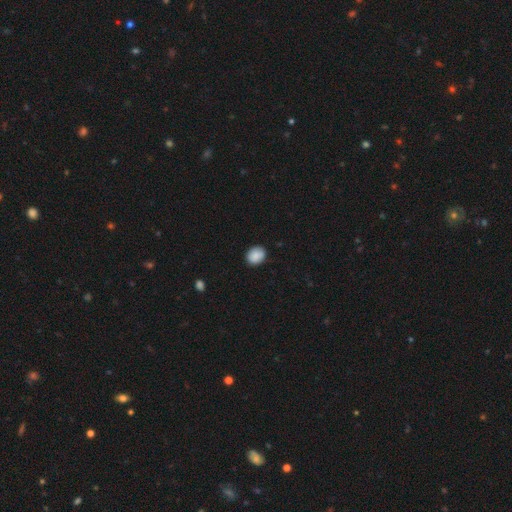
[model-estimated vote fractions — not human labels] Smooth or featured? Predicted: smooth (p=0.88). How rounded? Predicted: round (p=0.59). Merging? Predicted: none (p=0.85).